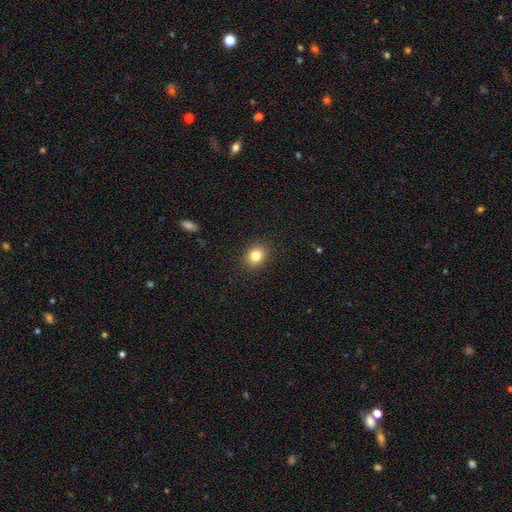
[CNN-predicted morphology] The model was most divided on "how rounded": round: 65%, in between: 34%, cigar-shaped: 1%. More confident: merging — none (90%); smooth or featured — smooth (82%).